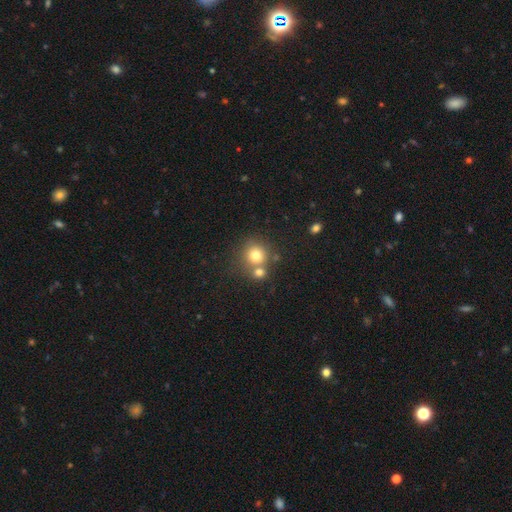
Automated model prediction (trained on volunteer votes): smooth 76%, star or artifact 13%, featured or disk 11%. Down the decision tree: how rounded — round (89%); merging — none (57%).